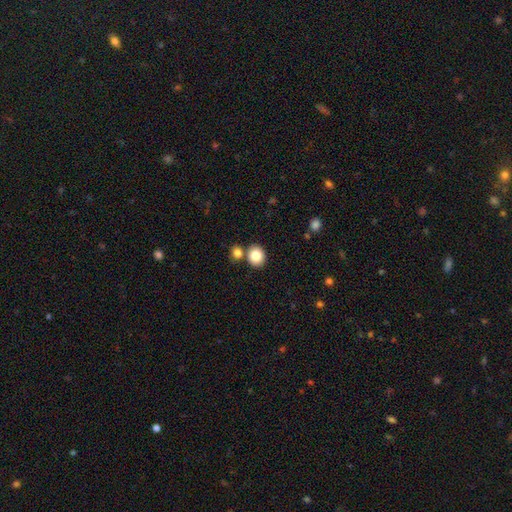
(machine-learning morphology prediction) A smooth galaxy with no disk features (85%) that is round (73%).

Vote fractions:
- Smooth or featured? smooth: 85% / star or artifact: 9% / featured or disk: 6%
- How rounded? round: 73% / in between: 26% / cigar-shaped: 1%
- Merging? none: 75% / merger: 15% / minor disturbance: 8% / major disturbance: 2%